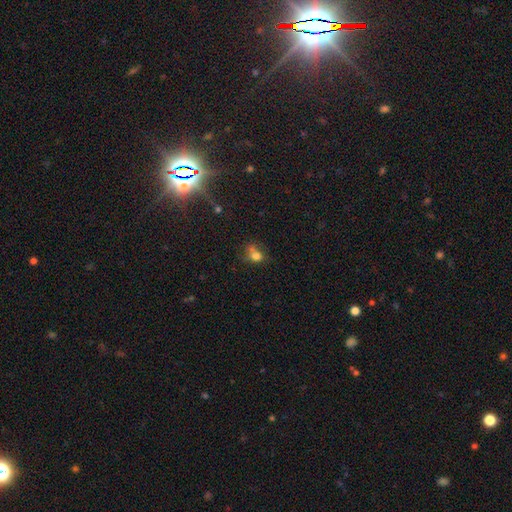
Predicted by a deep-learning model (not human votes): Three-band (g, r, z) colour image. It shows a smooth galaxy with no disk features (72%) that is round (55%). Merging: none (39%).